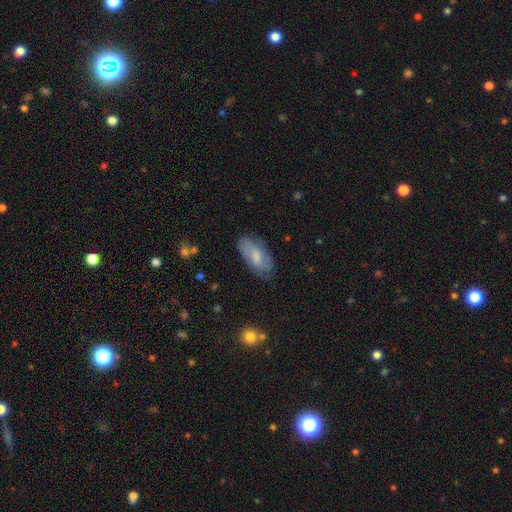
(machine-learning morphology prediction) This appears to be a smooth galaxy with no disk features (63%) that is in between round and cigar-shaped (90%). Merging: none (75%).